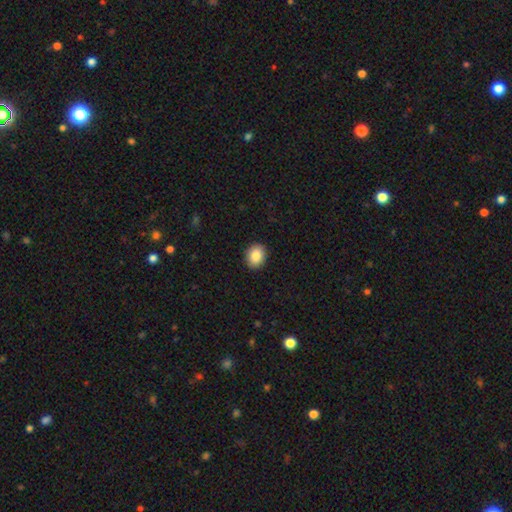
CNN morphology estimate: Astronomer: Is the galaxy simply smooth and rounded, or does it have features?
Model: smooth — 87%.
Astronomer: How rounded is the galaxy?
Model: round — 53% (runner-up: in between, 46%).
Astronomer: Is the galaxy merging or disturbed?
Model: none — 91%.